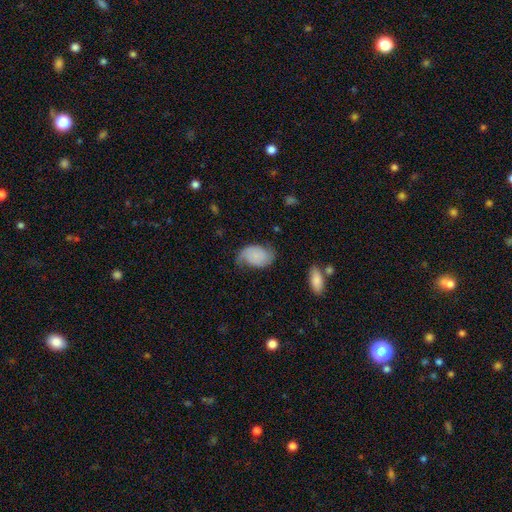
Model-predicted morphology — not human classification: smooth-or-featured: smooth: 56% | featured or disk: 36% | star or artifact: 8%
  how-rounded: in between: 89% | round: 10% | cigar-shaped: 1%
  merging: none: 47% | minor disturbance: 33% | major disturbance: 18% | merger: 2%